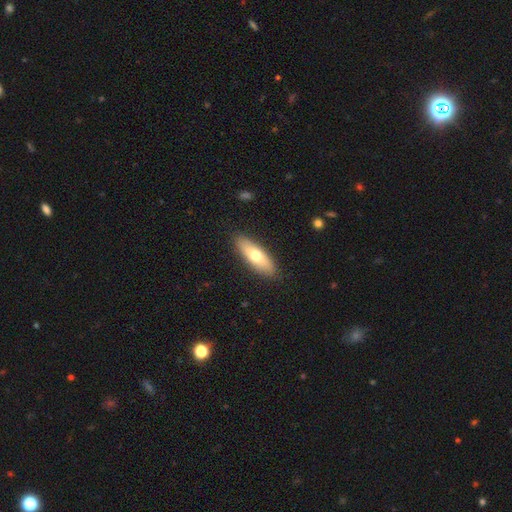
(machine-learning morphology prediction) A smooth galaxy with no disk features (65%) that is in between round and cigar-shaped (58%).

Vote fractions:
- Smooth or featured? smooth: 65% / featured or disk: 29% / star or artifact: 6%
- How rounded? in between: 58% / cigar-shaped: 40% / round: 2%
- Merging? none: 88% / minor disturbance: 9% / major disturbance: 2% / merger: 1%